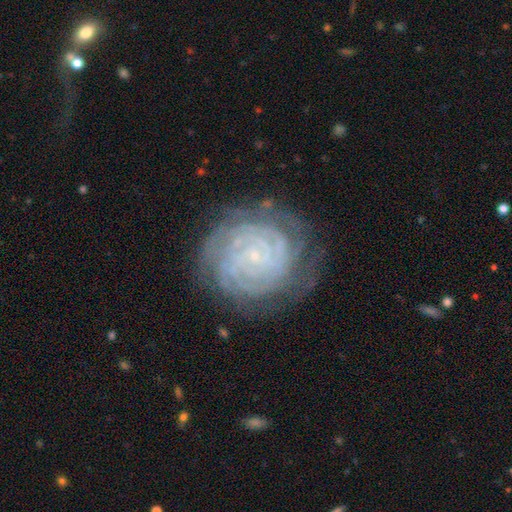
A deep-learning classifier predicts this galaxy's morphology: smooth_or_featured: featured or disk (p=0.85) [alt: smooth p=0.08]
disk_edge_on: no (p=0.98) [alt: yes p=0.02]
bar: no (p=0.73) [alt: weak p=0.20]
has_spiral_arms: yes (p=0.97) [alt: no p=0.03]
spiral_winding: tight (p=0.87) [alt: medium p=0.11]
spiral_arm_count: can't tell (p=0.26) [alt: 4 p=0.23]
bulge_size: small (p=0.88) [alt: moderate p=0.05]
merging: none (p=0.76) [alt: minor disturbance p=0.16]